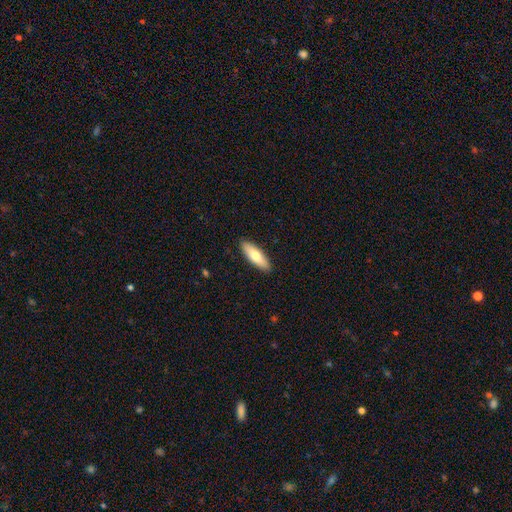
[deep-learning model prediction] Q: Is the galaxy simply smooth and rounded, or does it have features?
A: smooth — 74%.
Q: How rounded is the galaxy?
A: in between — 59%.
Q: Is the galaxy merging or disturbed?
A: none — 90%.